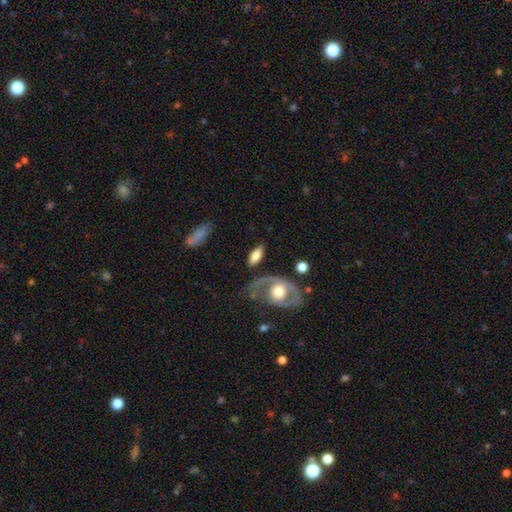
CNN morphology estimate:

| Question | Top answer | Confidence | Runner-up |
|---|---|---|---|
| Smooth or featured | smooth | 63% | featured or disk (31%) |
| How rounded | in between | 82% | cigar-shaped (14%) |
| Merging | none | 67% | minor disturbance (17%) |